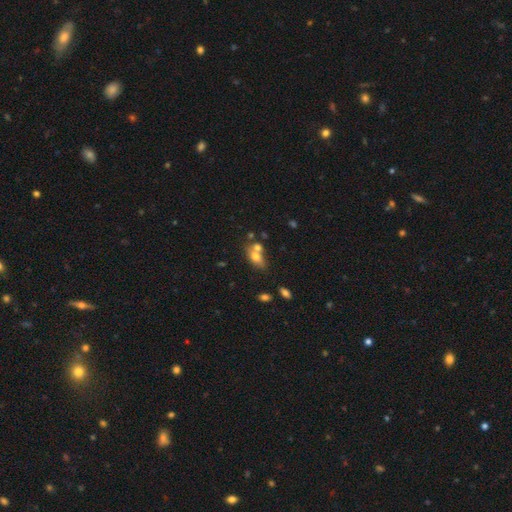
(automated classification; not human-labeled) Smooth or featured? smooth (68%)
How rounded? in between (76%)
Merging? merger (47%)